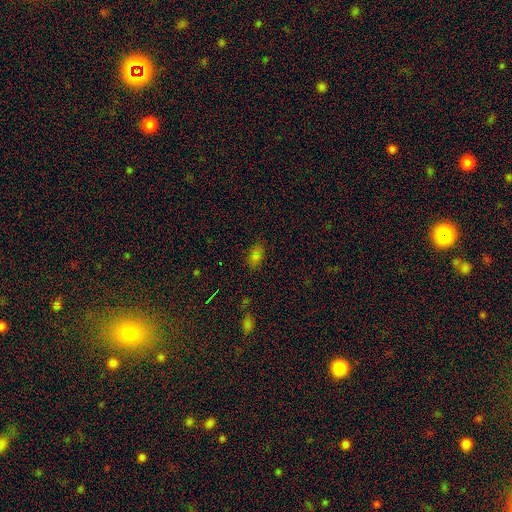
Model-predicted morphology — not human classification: Q: Smooth or featured?
A: smooth (72%); runner-up: star or artifact (20%)
Q: How rounded?
A: in between (88%); runner-up: round (10%)
Q: Merging?
A: none (80%); runner-up: minor disturbance (14%)